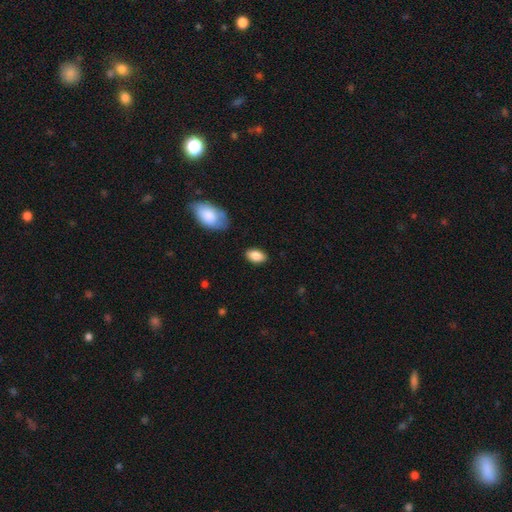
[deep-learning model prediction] A smooth galaxy with no disk features (87%) that is in between round and cigar-shaped (92%). Merging: none (85%).